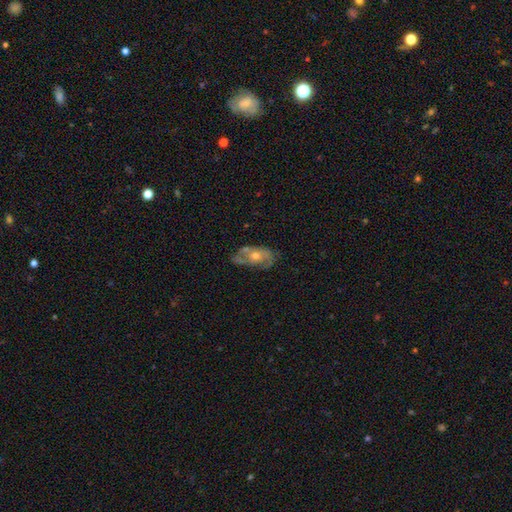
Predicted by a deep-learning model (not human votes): Smooth or featured?
  - featured or disk: 67% *
  - smooth: 26%
  - star or artifact: 7%
Edge-on disk?
  - no: 92% *
  - yes: 8%
Bar?
  - no: 81% *
  - weak: 16%
  - strong: 3%
Spiral arms?
  - yes: 64% *
  - no: 36%
Bulge size?
  - moderate: 67% *
  - small: 24%
  - large: 6%
  - none: 2%
  - dominant: 1%
Merging?
  - none: 54% *
  - minor disturbance: 26%
  - major disturbance: 14%
  - merger: 6%